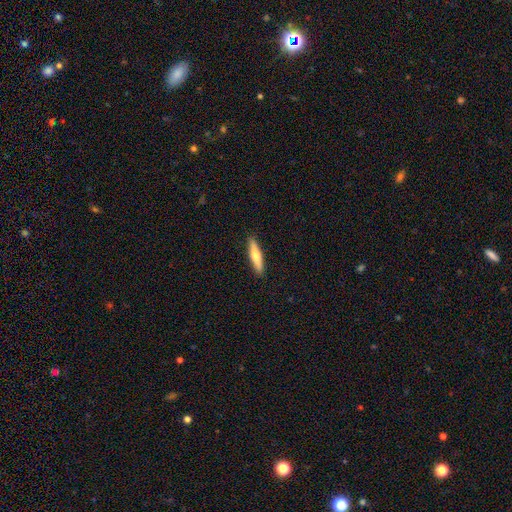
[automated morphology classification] This appears to be a smooth galaxy with no disk features (58%) that is cigar-shaped (83%). Merging: none (90%).